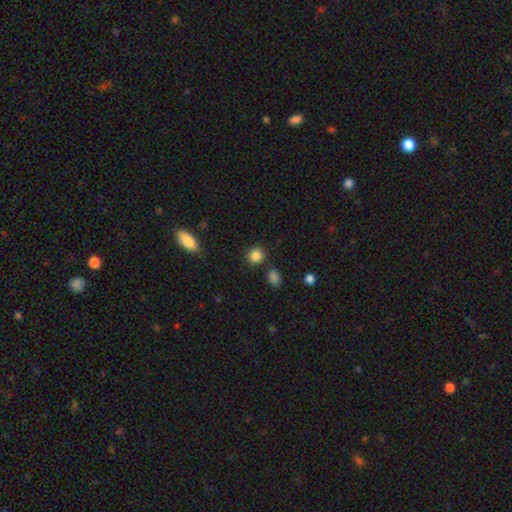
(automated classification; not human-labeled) A smooth galaxy with no disk features (86%) that is round (87%). Merging: none (83%).